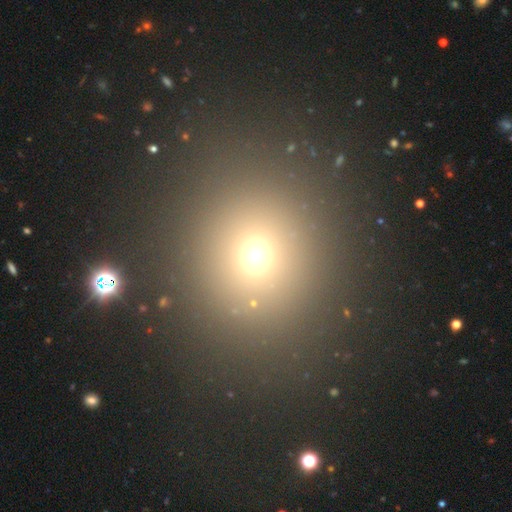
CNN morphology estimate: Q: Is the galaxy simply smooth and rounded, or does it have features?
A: smooth — 65%.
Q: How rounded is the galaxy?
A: round — 83%.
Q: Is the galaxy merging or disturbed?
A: none — 86%.